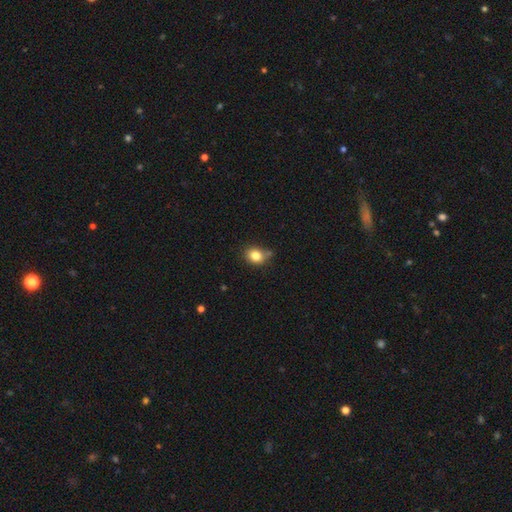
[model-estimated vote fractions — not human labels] smooth 82%, star or artifact 11%, featured or disk 8%. Down the decision tree: how rounded — round (53%); merging — none (62%).